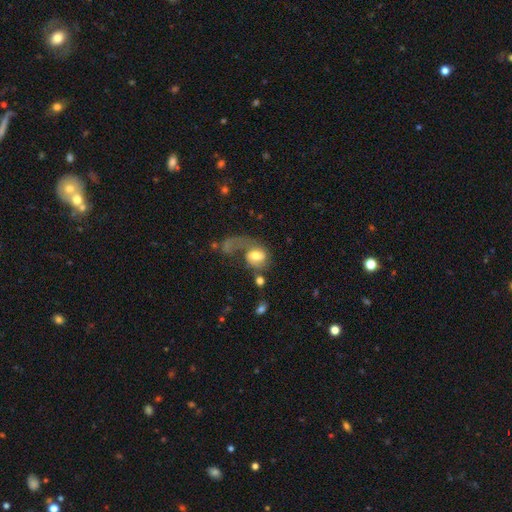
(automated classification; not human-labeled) featured or disk 50%, smooth 42%, star or artifact 8%. Down the decision tree: merging — major disturbance (52%).